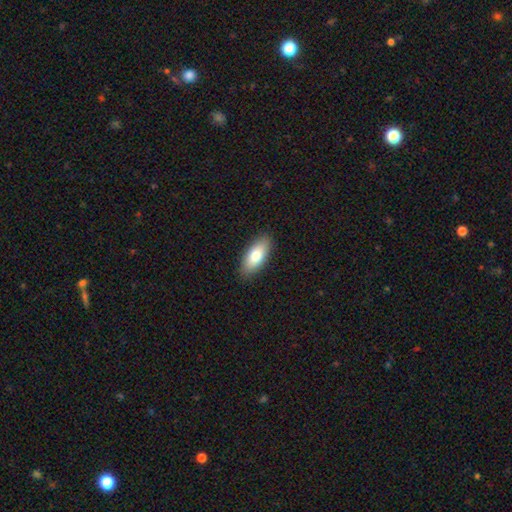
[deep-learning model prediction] Smooth or featured: smooth — 78% (featured or disk — 15%)
How rounded: in between — 85% (cigar-shaped — 12%)
Merging: none — 88% (minor disturbance — 9%)